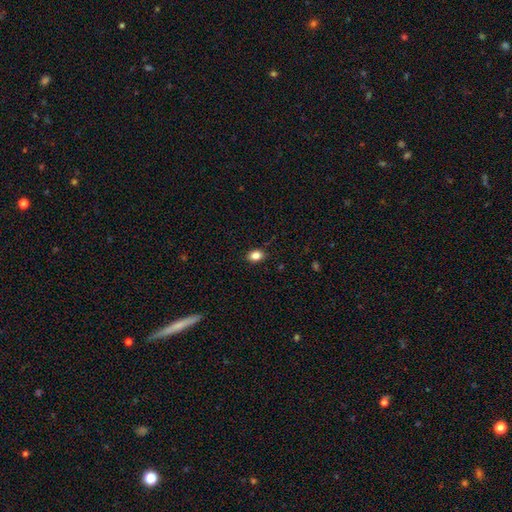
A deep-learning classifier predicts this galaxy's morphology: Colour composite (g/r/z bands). It shows a smooth galaxy with no disk features (84%) that is in between round and cigar-shaped (70%). Merging: none (88%).